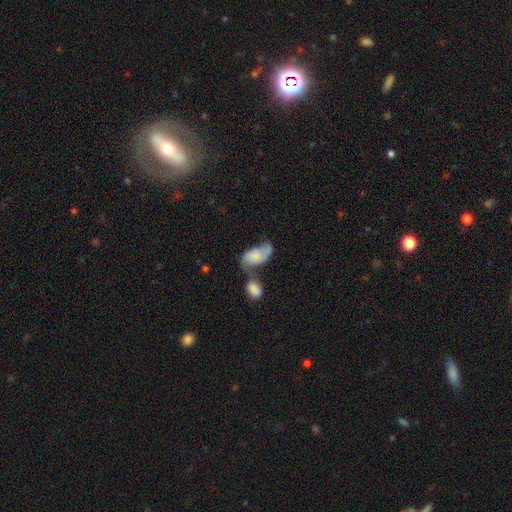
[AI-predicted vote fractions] smooth 57%, featured or disk 35%, star or artifact 8%. Down the decision tree: how rounded — in between (93%); merging — merger (54%).